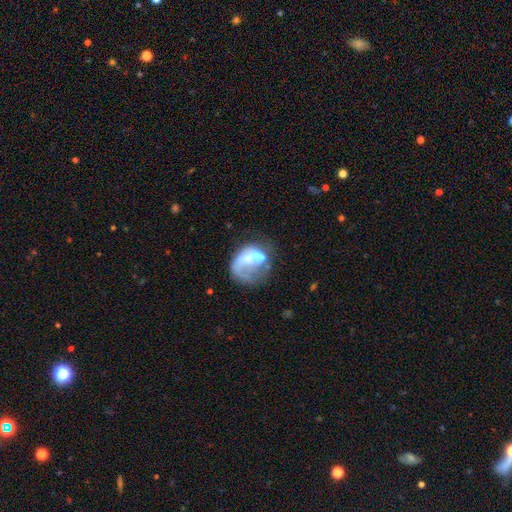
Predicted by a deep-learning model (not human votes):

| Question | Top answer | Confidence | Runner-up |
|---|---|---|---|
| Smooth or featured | featured or disk | 52% | smooth (38%) |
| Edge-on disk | no | 98% | yes (2%) |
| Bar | no | 80% | weak (15%) |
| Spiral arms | no | 76% | yes (24%) |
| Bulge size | moderate | 47% | small (23%) |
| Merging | major disturbance | 41% | merger (23%) |